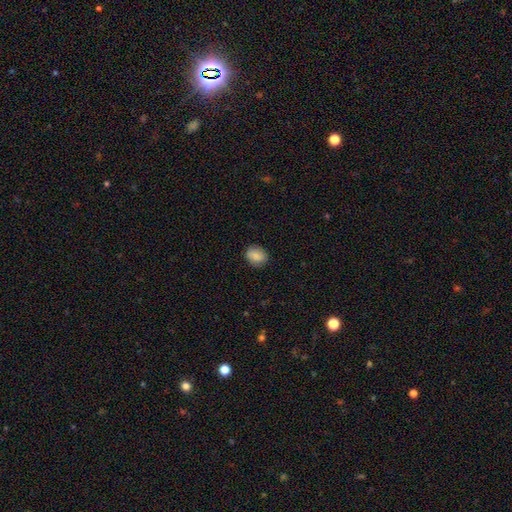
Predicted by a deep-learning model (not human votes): A smooth galaxy with no disk features (84%) that is in between round and cigar-shaped (51%).

Vote fractions:
- Smooth or featured? smooth: 84% / featured or disk: 8% / star or artifact: 8%
- How rounded? in between: 51% / round: 48% / cigar-shaped: 1%
- Merging? none: 85% / minor disturbance: 11% / major disturbance: 3% / merger: 1%